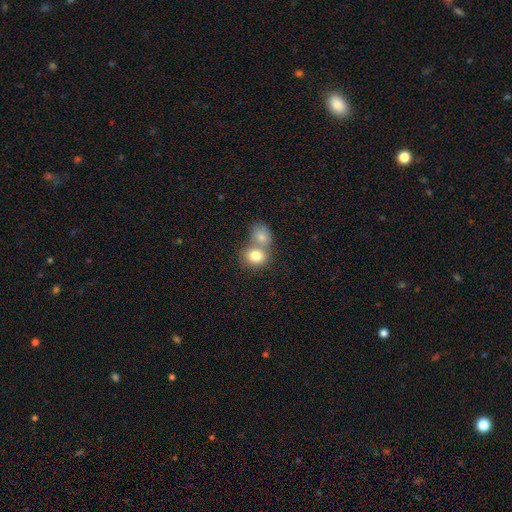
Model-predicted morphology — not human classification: Overall: smooth (80%). How rounded: round (68%; in between 31%). Merging: merger (56%; none 34%).